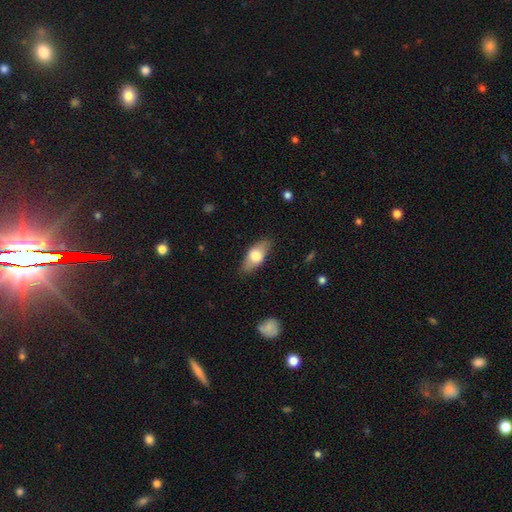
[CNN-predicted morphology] Smooth or featured? Predicted: smooth (p=0.65). How rounded? Predicted: in between (p=0.82). Merging? Predicted: none (p=0.83).